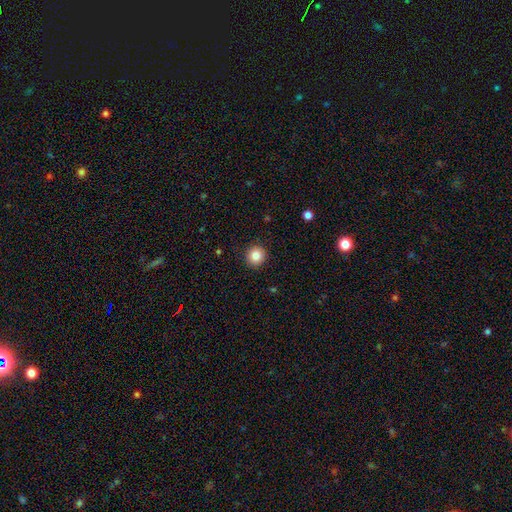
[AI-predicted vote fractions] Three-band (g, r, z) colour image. It shows a smooth galaxy with no disk features (85%) that is round (91%). Merging: none (92%).